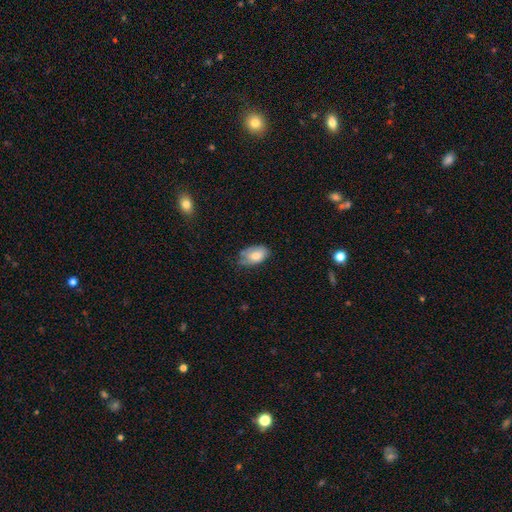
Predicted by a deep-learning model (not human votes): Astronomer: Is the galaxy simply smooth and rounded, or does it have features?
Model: smooth — 77%.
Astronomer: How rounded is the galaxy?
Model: in between — 92%.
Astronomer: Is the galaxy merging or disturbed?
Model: none — 54% (runner-up: minor disturbance, 36%).